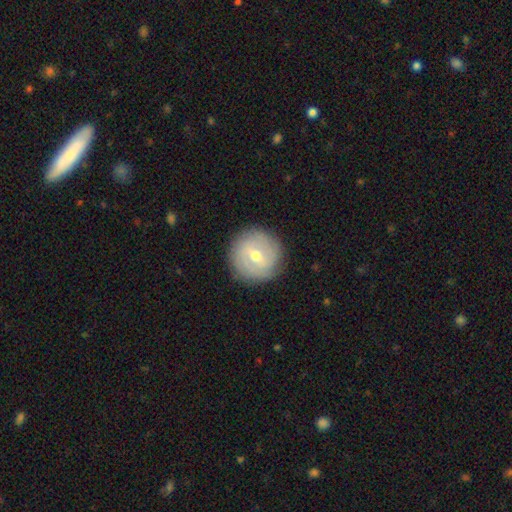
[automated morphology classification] Smooth or featured? Predicted: featured or disk (p=0.58). Edge-on disk? Predicted: no (p=0.96). Bar? Predicted: weak (p=0.57). Spiral arms? Predicted: yes (p=0.67). Bulge size? Predicted: moderate (p=0.65). Merging? Predicted: none (p=0.86).